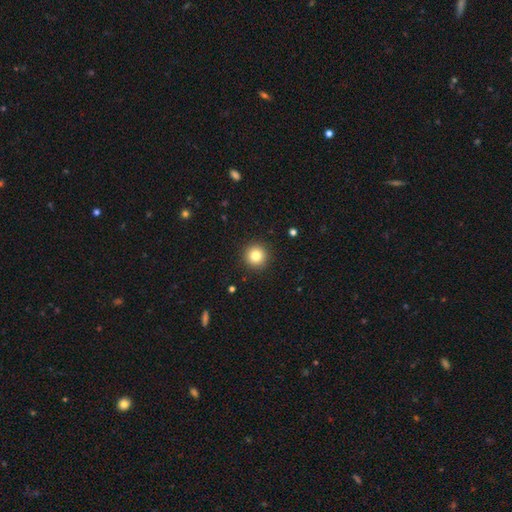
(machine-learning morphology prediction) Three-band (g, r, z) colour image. It shows a smooth galaxy with no disk features (82%) that is round (96%). Merging: none (92%).